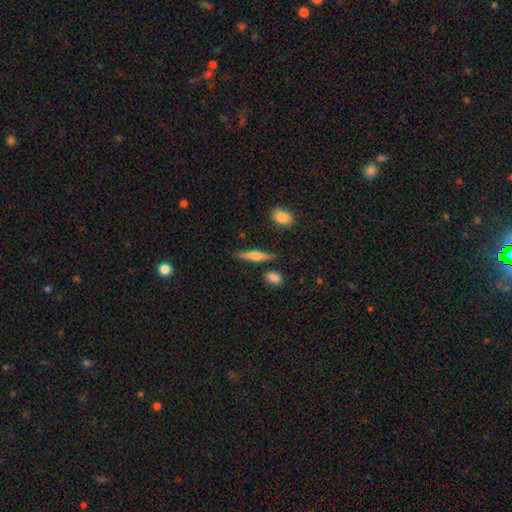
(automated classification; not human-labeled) The model was most divided on "smooth or featured": smooth: 47%, featured or disk: 46%, star or artifact: 7%. More confident: merging — none (84%).